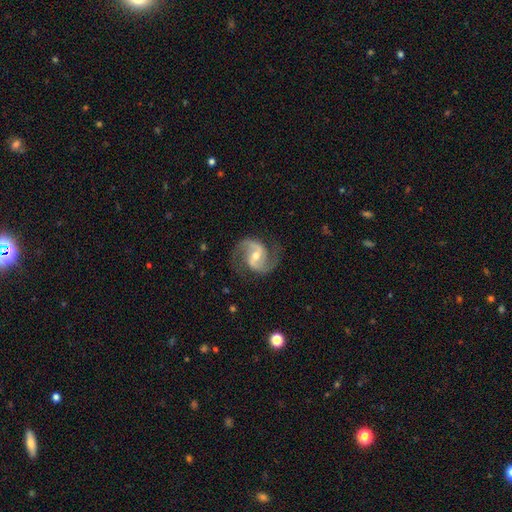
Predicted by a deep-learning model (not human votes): featured or disk 92%, star or artifact 4%, smooth 4%. Down the decision tree: edge-on disk — no (98%); bar — weak (50%); spiral arms — yes (98%); spiral arm count — 2 (94%); spiral winding — medium (61%); bulge size — moderate (61%); merging — none (81%).